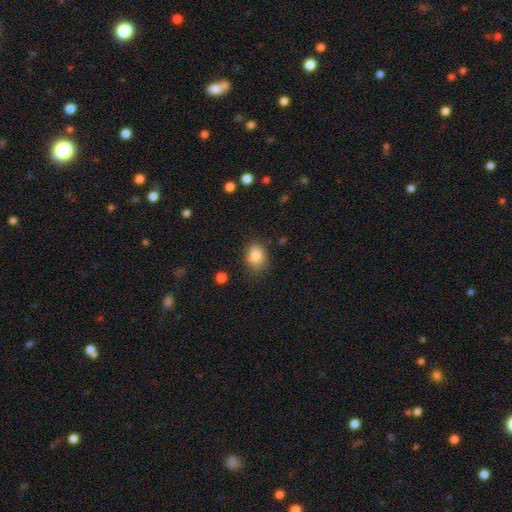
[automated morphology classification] Smooth or featured? smooth (85%)
How rounded? in between (59%)
Merging? none (77%)